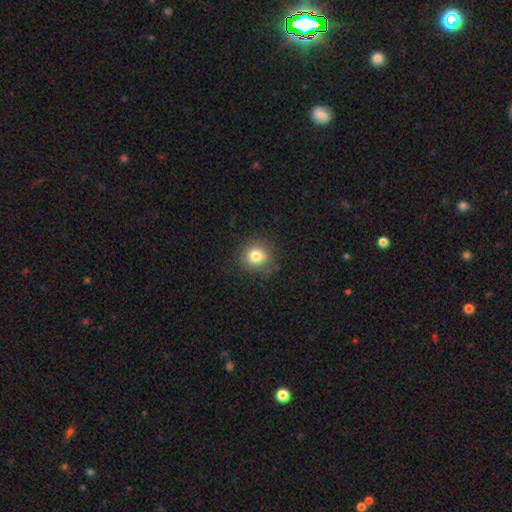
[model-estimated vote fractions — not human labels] Smooth or featured? Predicted: smooth (p=0.80). How rounded? Predicted: round (p=0.88). Merging? Predicted: none (p=0.83).